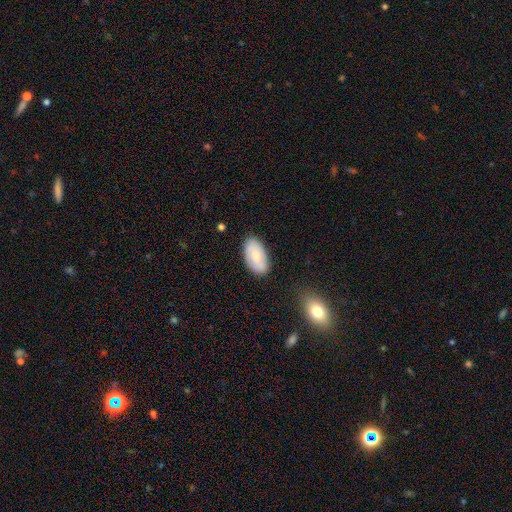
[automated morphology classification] Smooth or featured?
  - smooth: 69% *
  - featured or disk: 24%
  - star or artifact: 7%
How rounded?
  - in between: 95% *
  - round: 3%
  - cigar-shaped: 2%
Merging?
  - none: 81% *
  - minor disturbance: 14%
  - major disturbance: 3%
  - merger: 2%